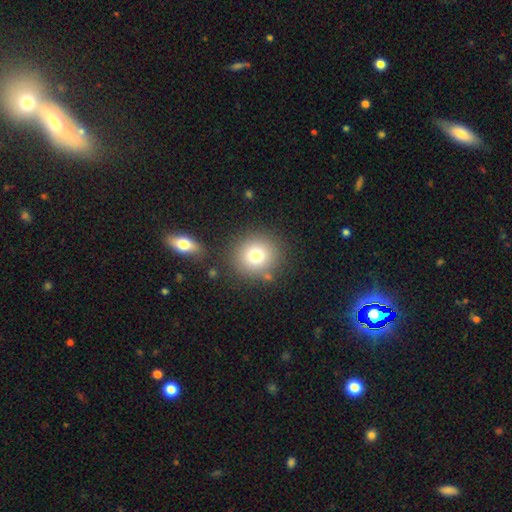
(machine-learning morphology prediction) This is likely a smooth galaxy (76%). How rounded: clearly round (87%). Merging: clearly none (82%).